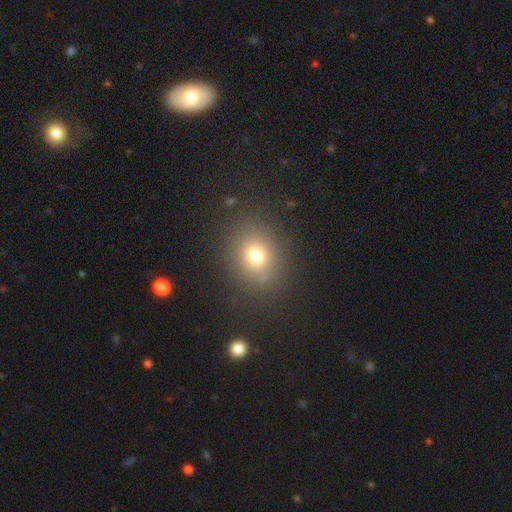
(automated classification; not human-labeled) Smooth or featured? smooth (73%)
How rounded? round (61%)
Merging? none (84%)